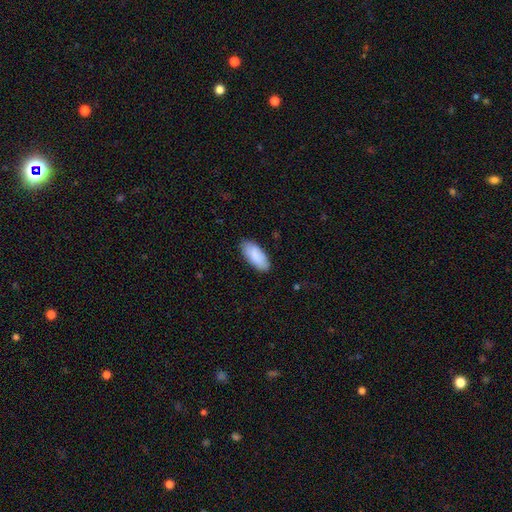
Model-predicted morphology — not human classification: A smooth galaxy with no disk features (88%) that is in between round and cigar-shaped (88%).

Vote fractions:
- Smooth or featured? smooth: 88% / featured or disk: 6% / star or artifact: 5%
- How rounded? in between: 88% / cigar-shaped: 11% / round: 2%
- Merging? none: 85% / minor disturbance: 12% / major disturbance: 2% / merger: 1%